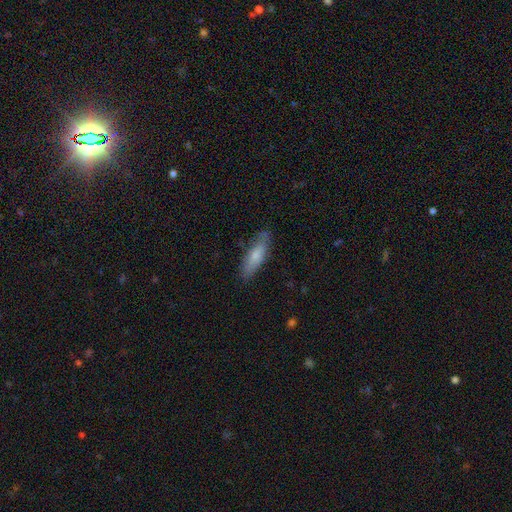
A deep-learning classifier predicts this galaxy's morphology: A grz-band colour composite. It shows a smooth galaxy with no disk features (74%) that is cigar-shaped (52%). Merging: none (78%).